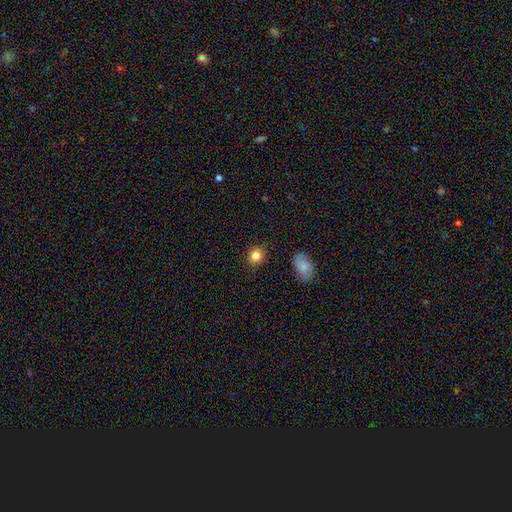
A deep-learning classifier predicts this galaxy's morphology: smooth-or-featured: smooth: 84% | star or artifact: 10% | featured or disk: 6%
  how-rounded: round: 77% | in between: 22% | cigar-shaped: 1%
  merging: none: 87% | minor disturbance: 9% | major disturbance: 2% | merger: 2%